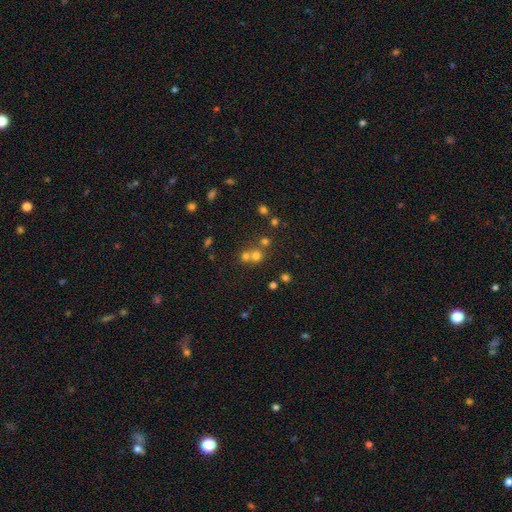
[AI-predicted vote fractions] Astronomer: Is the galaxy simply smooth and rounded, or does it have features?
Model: smooth — 63%.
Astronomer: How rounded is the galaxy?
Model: round — 87%.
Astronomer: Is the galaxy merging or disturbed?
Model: none — 47% (runner-up: merger, 45%).